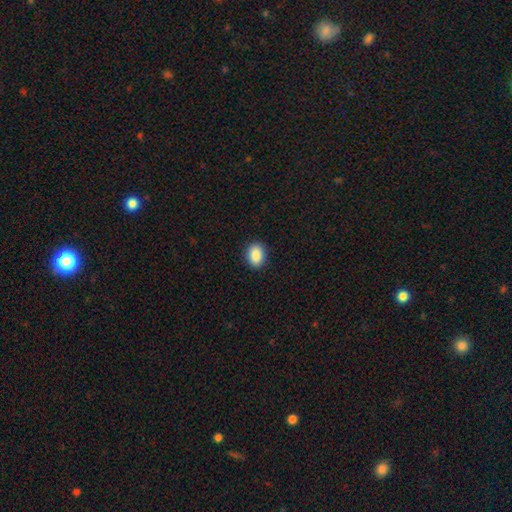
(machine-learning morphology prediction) Q: Smooth or featured?
A: smooth (89%); runner-up: star or artifact (8%)
Q: How rounded?
A: in between (67%); runner-up: round (32%)
Q: Merging?
A: none (90%); runner-up: minor disturbance (7%)